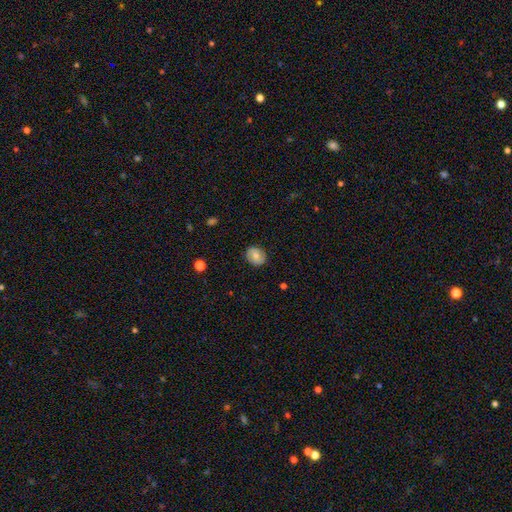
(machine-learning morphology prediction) This is likely a smooth galaxy (65%). How rounded: likely round (61%). Merging: clearly none (85%).